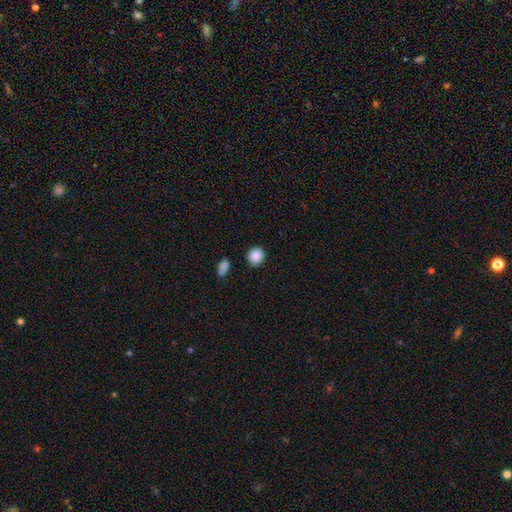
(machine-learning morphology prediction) smooth-or-featured: smooth: 88% | star or artifact: 9% | featured or disk: 3%
  how-rounded: round: 85% | in between: 14% | cigar-shaped: 1%
  merging: none: 85% | minor disturbance: 9% | merger: 3% | major disturbance: 3%